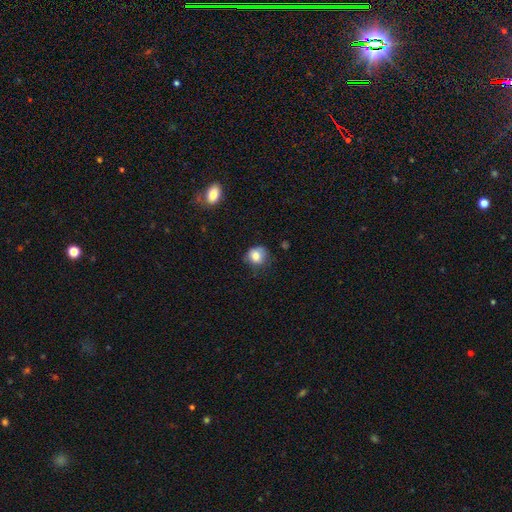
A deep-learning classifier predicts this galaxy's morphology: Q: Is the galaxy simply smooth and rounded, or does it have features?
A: smooth — 82%.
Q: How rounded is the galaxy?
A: round — 77%.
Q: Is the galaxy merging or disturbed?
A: none — 61%.